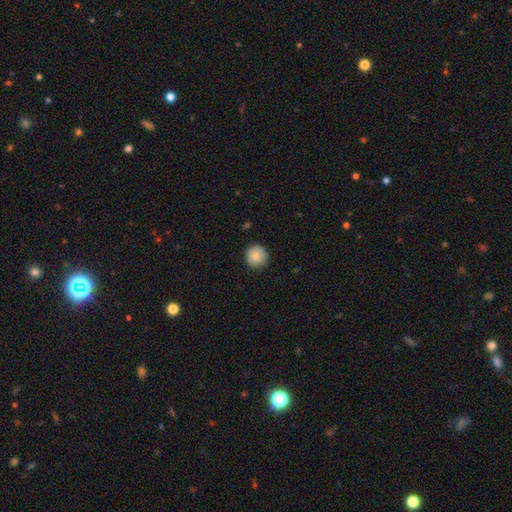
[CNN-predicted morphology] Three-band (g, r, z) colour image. It shows a smooth galaxy with no disk features (84%) that is round (95%). Merging: none (87%).